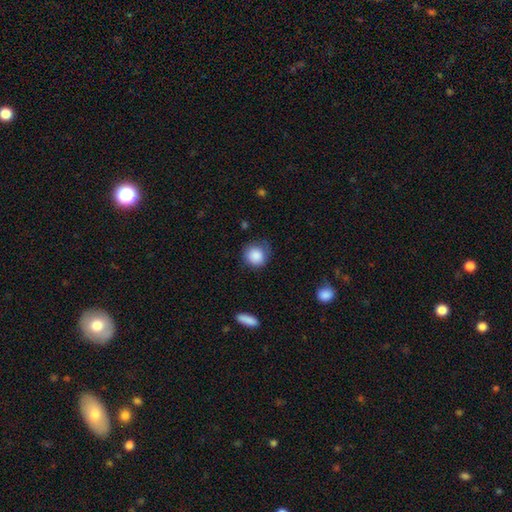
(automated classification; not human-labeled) Smooth or featured?
  - smooth: 87% *
  - star or artifact: 7%
  - featured or disk: 6%
How rounded?
  - round: 88% *
  - in between: 11%
  - cigar-shaped: 1%
Merging?
  - none: 64% *
  - minor disturbance: 25%
  - major disturbance: 9%
  - merger: 2%